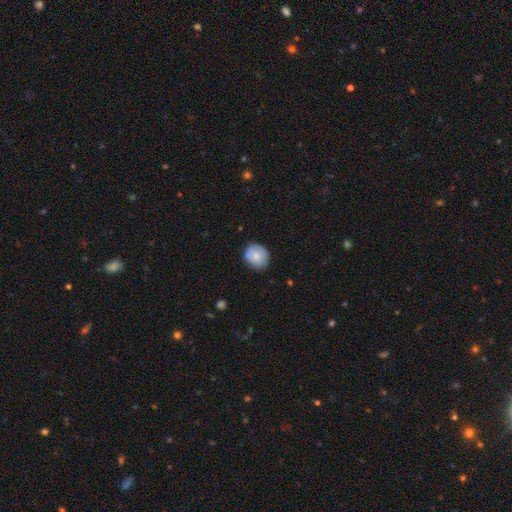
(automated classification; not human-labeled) A smooth galaxy with no disk features (72%) that is round (69%).

Vote fractions:
- Smooth or featured? smooth: 72% / featured or disk: 20% / star or artifact: 7%
- How rounded? round: 69% / in between: 30% / cigar-shaped: 1%
- Merging? none: 75% / minor disturbance: 19% / major disturbance: 3% / merger: 2%